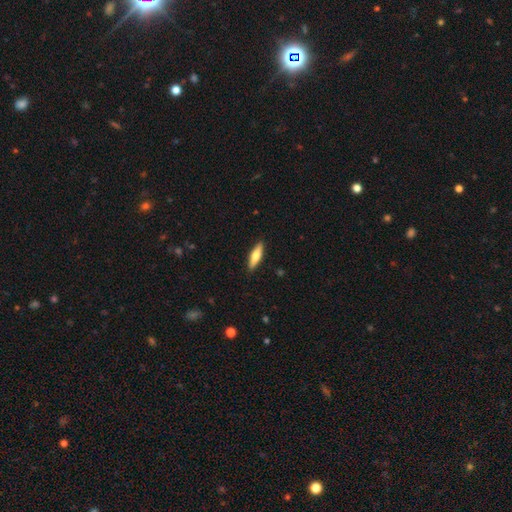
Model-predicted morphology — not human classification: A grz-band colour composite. It shows a smooth galaxy with no disk features (63%) that is cigar-shaped (64%). Merging: none (90%).